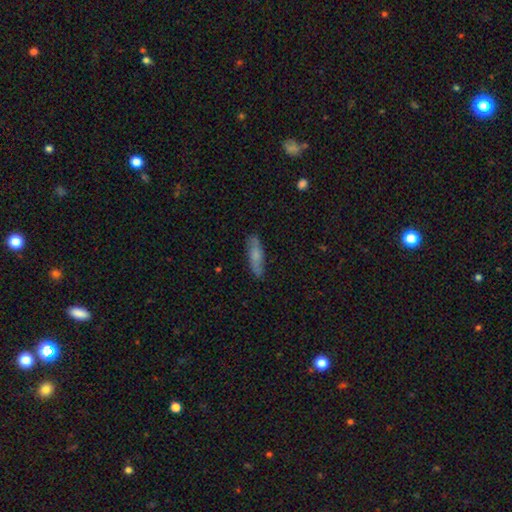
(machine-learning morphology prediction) A smooth galaxy with no disk features (68%) that is cigar-shaped (65%).

Vote fractions:
- Smooth or featured? smooth: 68% / featured or disk: 26% / star or artifact: 7%
- How rounded? cigar-shaped: 65% / in between: 33% / round: 2%
- Merging? none: 84% / minor disturbance: 12% / major disturbance: 2% / merger: 1%